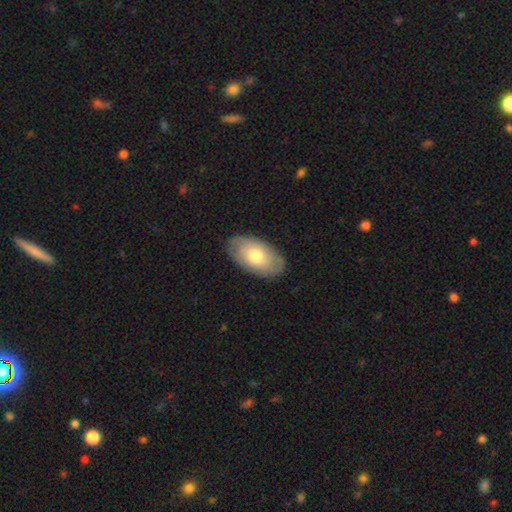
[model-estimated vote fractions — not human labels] Smooth or featured? Predicted: smooth (p=0.64). How rounded? Predicted: in between (p=0.94). Merging? Predicted: none (p=0.82).